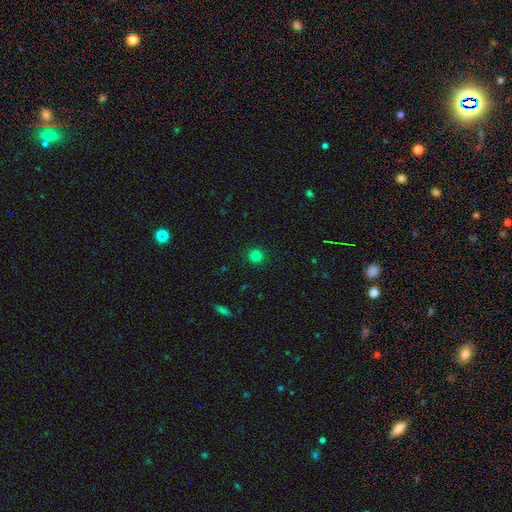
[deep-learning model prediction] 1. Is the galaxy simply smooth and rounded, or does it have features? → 81% smooth, 15% star or artifact, 5% featured or disk.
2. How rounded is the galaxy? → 95% round, 4% in between, 1% cigar-shaped.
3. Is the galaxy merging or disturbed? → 92% none, 5% minor disturbance, 2% major disturbance, 1% merger.